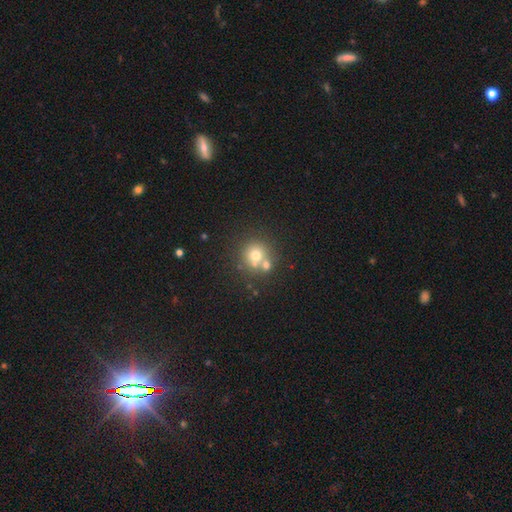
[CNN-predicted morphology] This is likely a smooth galaxy (68%). How rounded: clearly round (89%). Merging: possibly none (57%).